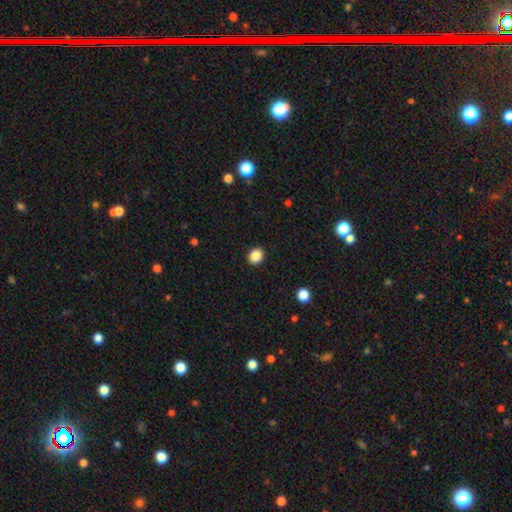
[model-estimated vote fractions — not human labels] A smooth galaxy with no disk features (86%) that is round (65%). Merging: none (92%).